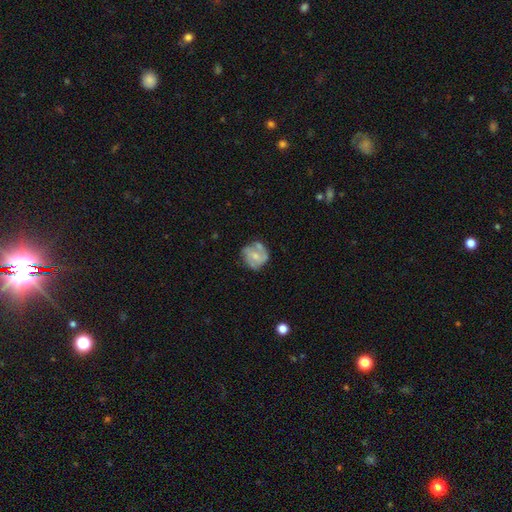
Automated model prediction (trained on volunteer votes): This appears to be a featured or disk galaxy (63%) with no bar (49%), spiral arms (80%) and a small central bulge (48%). Merging: none (60%).